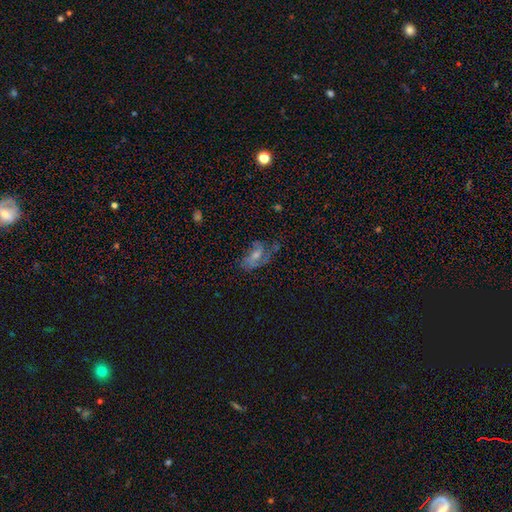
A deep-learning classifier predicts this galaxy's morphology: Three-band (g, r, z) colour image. It shows a featured or disk galaxy (50%). Merging: none (42%).